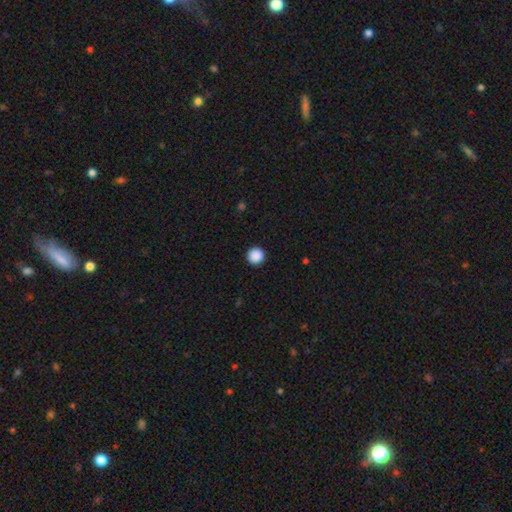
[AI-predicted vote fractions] This appears to be a smooth galaxy with no disk features (89%) that is round (96%). Merging: none (93%).